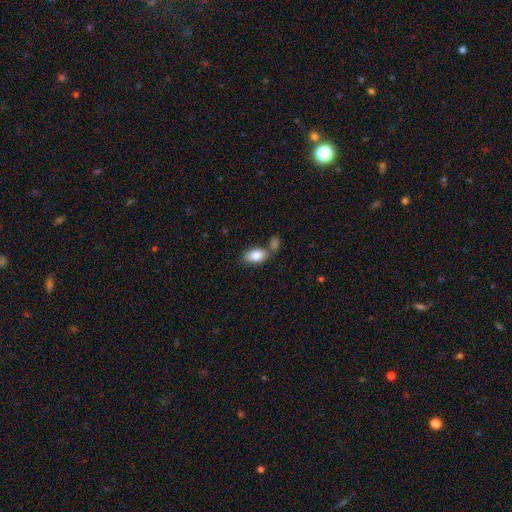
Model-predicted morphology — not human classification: type=smooth (85%); roundness=in between (92%); merging=none (57%).